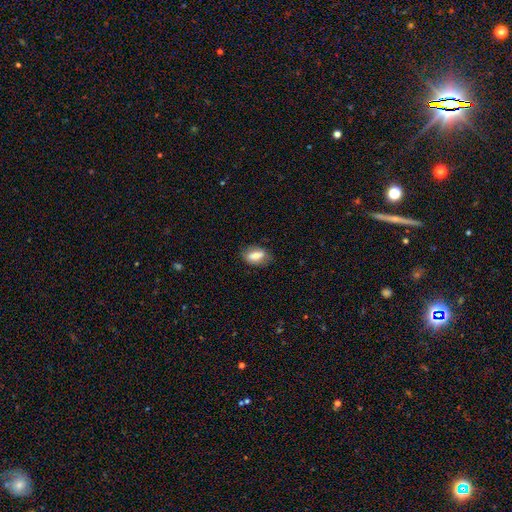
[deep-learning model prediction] This appears to be a smooth galaxy with no disk features (74%) that is in between round and cigar-shaped (86%). Merging: none (76%).